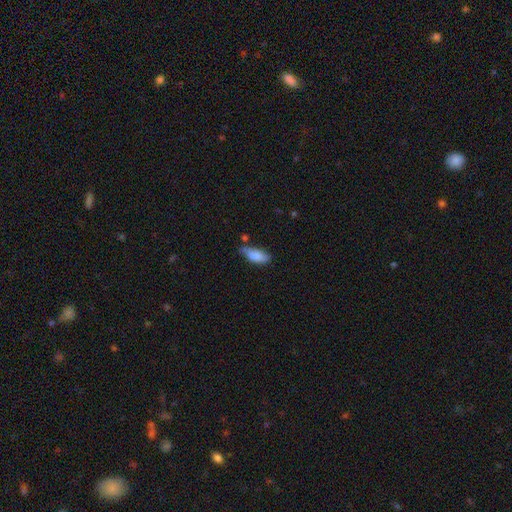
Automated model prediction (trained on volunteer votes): This appears to be a smooth galaxy with no disk features (81%) that is in between round and cigar-shaped (76%). Merging: none (50%).